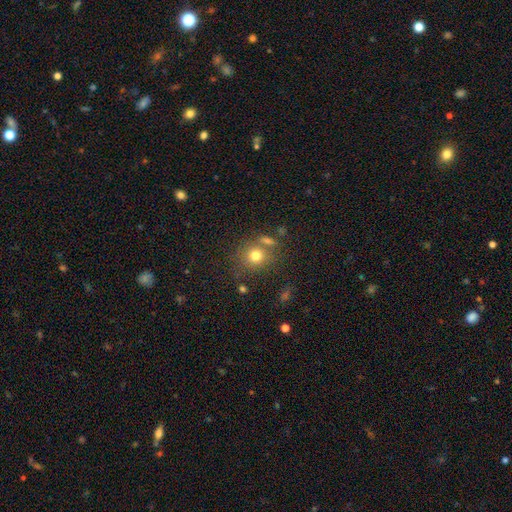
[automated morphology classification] This appears to be a smooth galaxy with no disk features (76%) that is round (82%). Merging: none (65%).